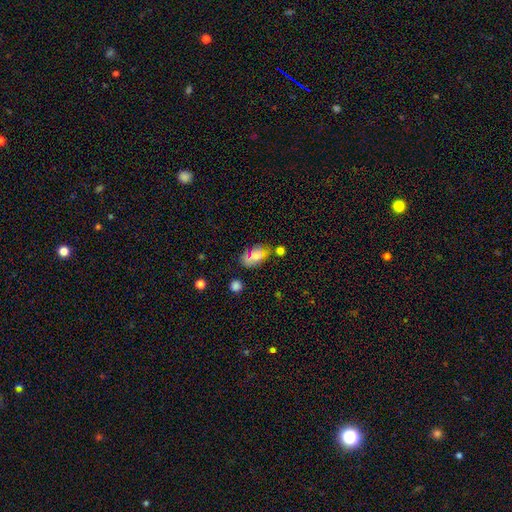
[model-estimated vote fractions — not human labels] A smooth galaxy with no disk features (66%) that is in between round and cigar-shaped (88%).

Vote fractions:
- Smooth or featured? smooth: 66% / featured or disk: 22% / star or artifact: 12%
- How rounded? in between: 88% / round: 9% / cigar-shaped: 3%
- Merging? none: 57% / minor disturbance: 24% / merger: 10% / major disturbance: 8%